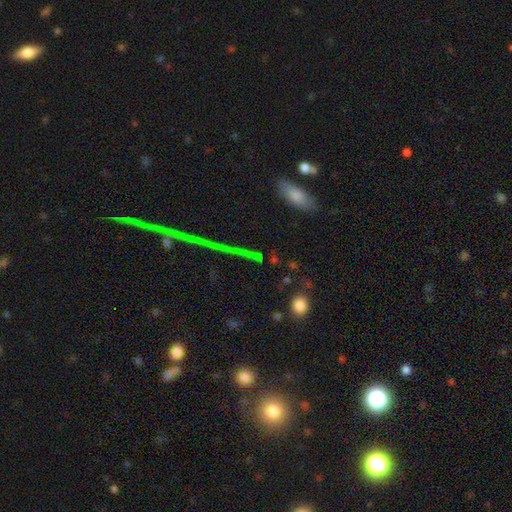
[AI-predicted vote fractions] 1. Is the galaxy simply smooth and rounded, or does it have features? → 56% star or artifact, 29% smooth, 15% featured or disk.